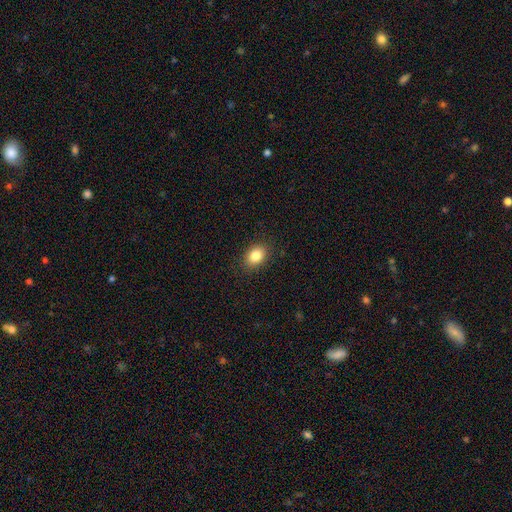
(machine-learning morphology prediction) smooth 84%, star or artifact 9%, featured or disk 7%. Down the decision tree: how rounded — in between (71%); merging — none (88%).